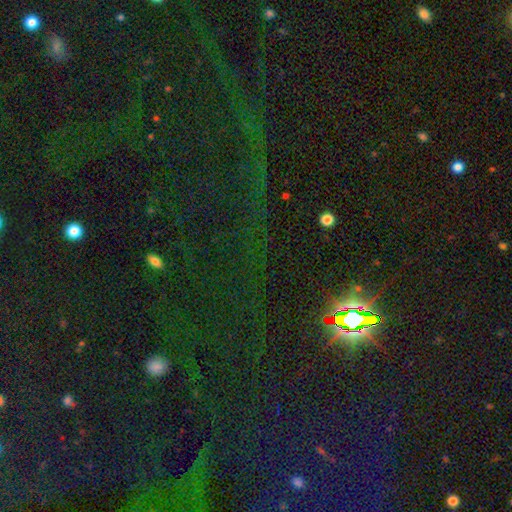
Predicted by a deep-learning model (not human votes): Smooth or featured? Predicted: star or artifact (p=0.84).